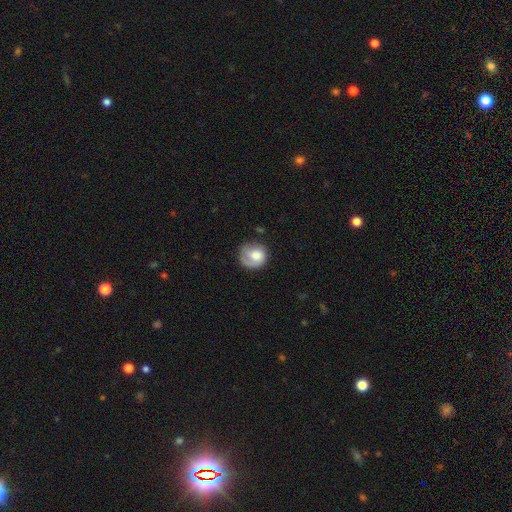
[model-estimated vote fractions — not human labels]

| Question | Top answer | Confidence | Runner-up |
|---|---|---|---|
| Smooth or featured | smooth | 66% | featured or disk (27%) |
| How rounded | round | 82% | in between (17%) |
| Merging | none | 59% | minor disturbance (24%) |